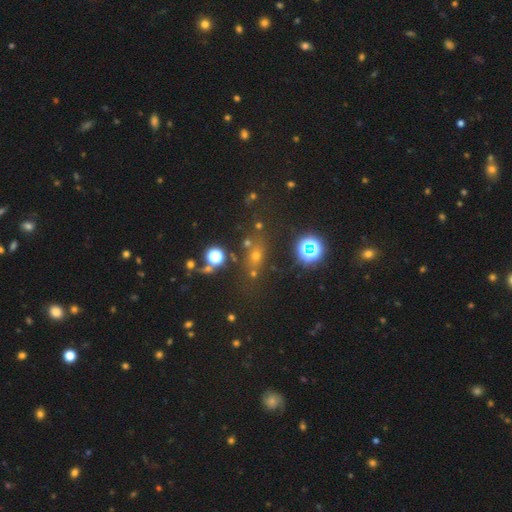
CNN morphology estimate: Overall: smooth (49%; star or artifact 37%). Merging: none (70%).